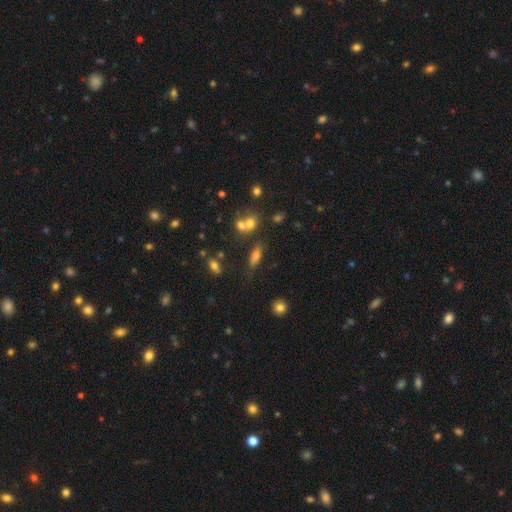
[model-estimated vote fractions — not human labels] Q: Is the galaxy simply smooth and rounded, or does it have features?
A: smooth — 65%.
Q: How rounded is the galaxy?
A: in between — 69%.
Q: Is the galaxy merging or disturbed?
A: none — 60%.